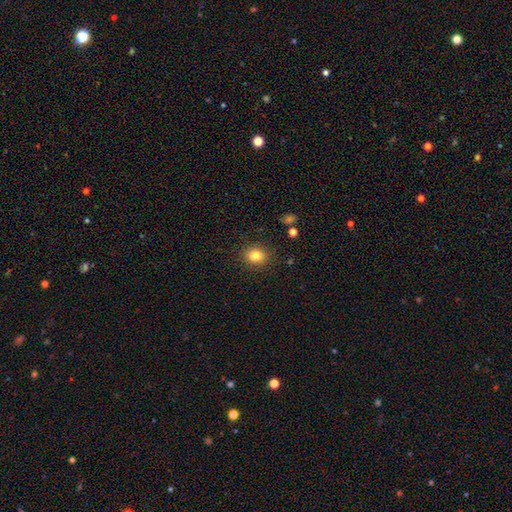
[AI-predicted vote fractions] smooth_or_featured: smooth (p=0.81) [alt: star or artifact p=0.11]
how_rounded: round (p=0.65) [alt: in between p=0.35]
merging: none (p=0.88) [alt: minor disturbance p=0.08]